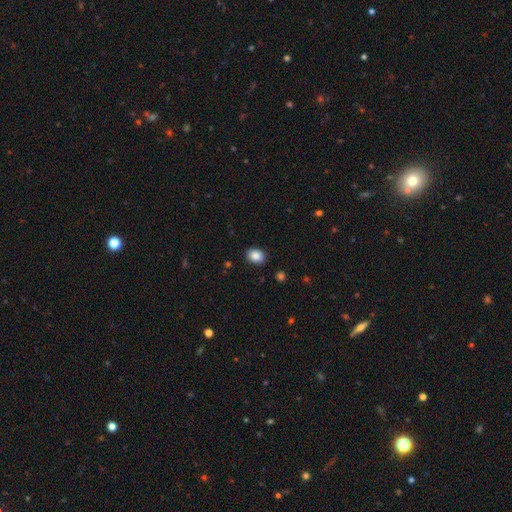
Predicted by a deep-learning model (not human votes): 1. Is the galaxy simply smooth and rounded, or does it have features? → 88% smooth, 8% star or artifact, 4% featured or disk.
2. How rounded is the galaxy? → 63% in between, 36% round, 1% cigar-shaped.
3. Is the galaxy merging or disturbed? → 88% none, 8% minor disturbance, 2% major disturbance, 1% merger.